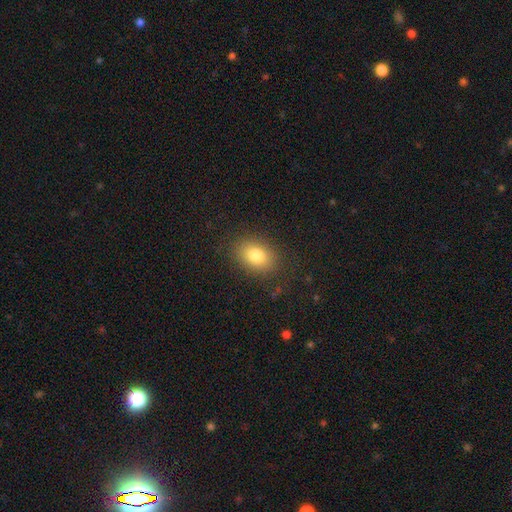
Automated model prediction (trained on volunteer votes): Smooth or featured?
  - smooth: 80% *
  - star or artifact: 10%
  - featured or disk: 10%
How rounded?
  - in between: 76% *
  - round: 23%
  - cigar-shaped: 1%
Merging?
  - none: 85% *
  - minor disturbance: 10%
  - major disturbance: 4%
  - merger: 1%